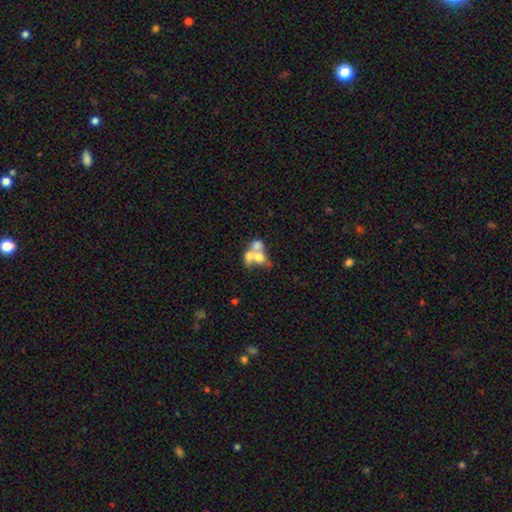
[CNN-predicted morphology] The model was most divided on "how rounded": in between: 53%, round: 45%, cigar-shaped: 2%. More confident: merging — merger (71%); smooth or featured — smooth (51%).